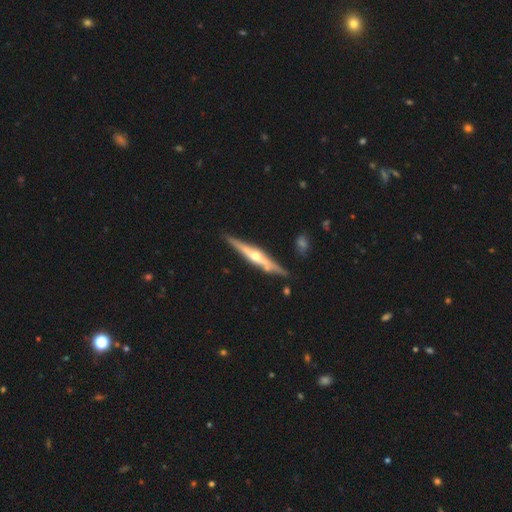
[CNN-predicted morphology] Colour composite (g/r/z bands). It shows a featured or disk galaxy (77%) viewed edge-on (97%) with a rounded central bulge (91%). Merging: none (82%).